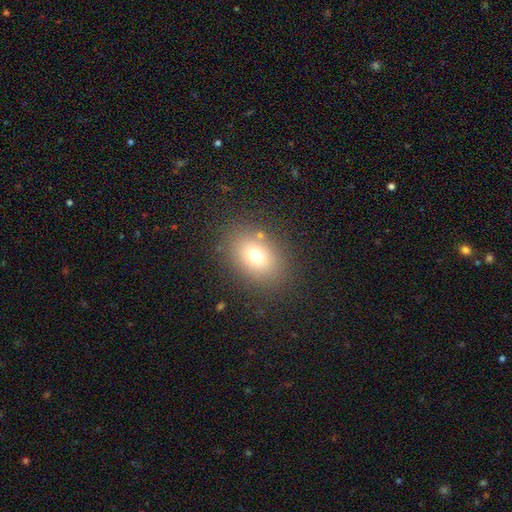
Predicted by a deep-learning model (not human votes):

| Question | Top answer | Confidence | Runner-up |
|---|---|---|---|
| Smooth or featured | smooth | 72% | star or artifact (14%) |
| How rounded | in between | 66% | round (33%) |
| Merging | none | 83% | minor disturbance (10%) |